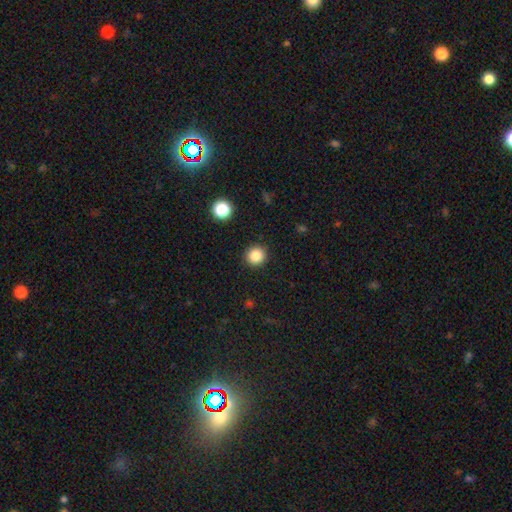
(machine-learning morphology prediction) This is clearly a smooth galaxy (84%). How rounded: clearly round (92%). Merging: clearly none (91%).